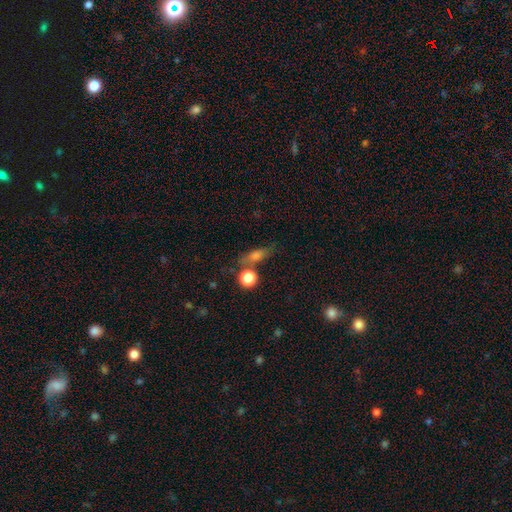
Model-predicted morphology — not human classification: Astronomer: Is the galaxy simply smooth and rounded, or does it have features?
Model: smooth — 62%.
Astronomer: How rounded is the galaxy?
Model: in between — 44% (runner-up: cigar-shaped, 34%).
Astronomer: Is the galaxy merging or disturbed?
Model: none — 64%.